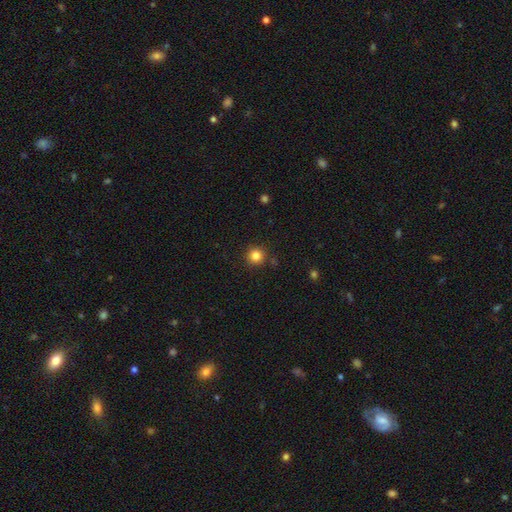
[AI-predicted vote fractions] This appears to be a smooth galaxy with no disk features (84%) that is round (95%). Merging: none (89%).